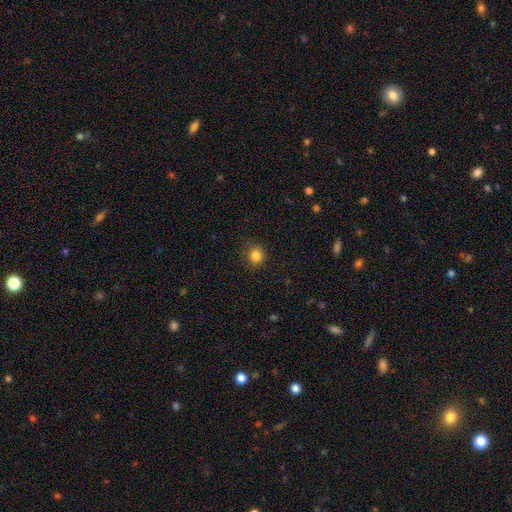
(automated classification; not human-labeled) smooth 84%, star or artifact 12%, featured or disk 4%. Down the decision tree: how rounded — round (88%); merging — none (85%).